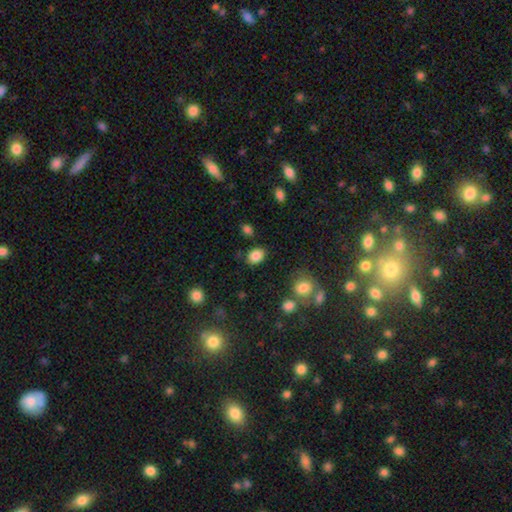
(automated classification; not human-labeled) A smooth galaxy with no disk features (85%) that is in between round and cigar-shaped (66%). Merging: none (81%).